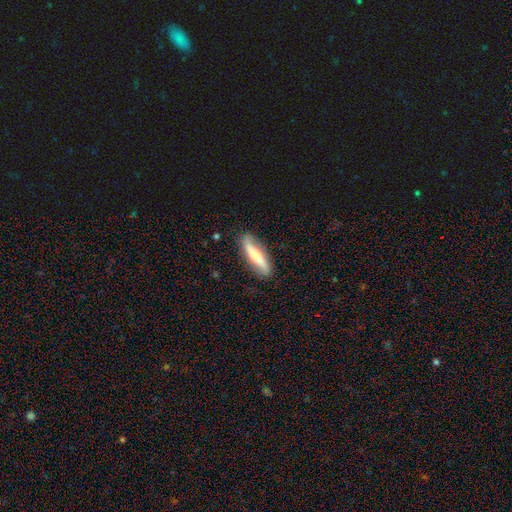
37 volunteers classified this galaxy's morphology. This appears to be a smooth galaxy with no disk features (51%) that is cigar-shaped (74%). Merging: none (86%).